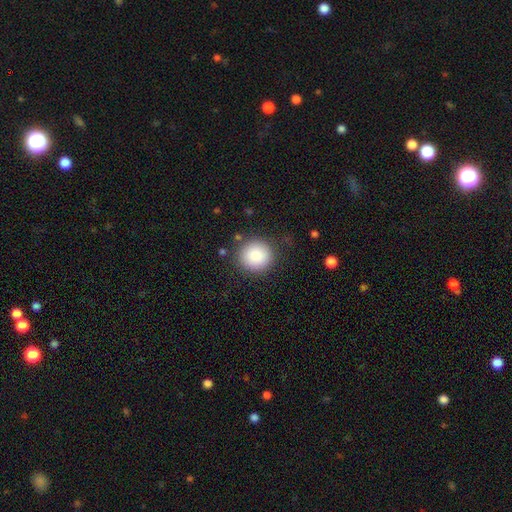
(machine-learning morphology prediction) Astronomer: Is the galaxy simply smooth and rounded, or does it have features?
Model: smooth — 87%.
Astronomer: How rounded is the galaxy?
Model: round — 92%.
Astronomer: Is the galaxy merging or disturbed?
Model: none — 85%.